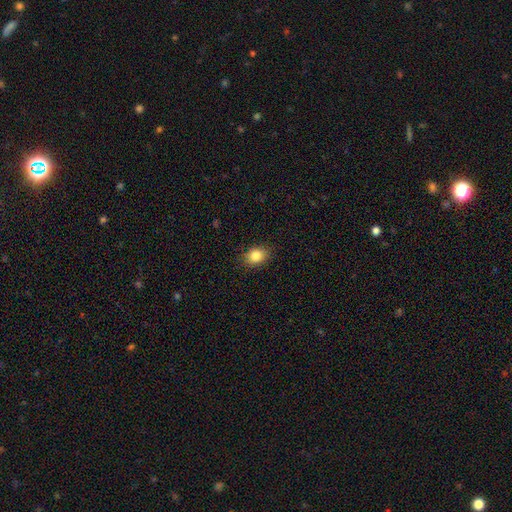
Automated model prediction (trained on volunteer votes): Smooth or featured?
  - smooth: 85% *
  - star or artifact: 9%
  - featured or disk: 6%
How rounded?
  - in between: 56% *
  - round: 43%
  - cigar-shaped: 1%
Merging?
  - none: 87% *
  - minor disturbance: 10%
  - major disturbance: 2%
  - merger: 1%